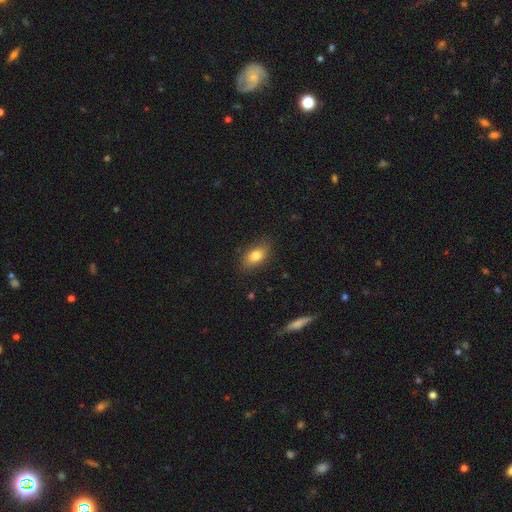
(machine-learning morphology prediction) Smooth or featured?
  - smooth: 81% *
  - featured or disk: 11%
  - star or artifact: 8%
How rounded?
  - in between: 87% *
  - round: 9%
  - cigar-shaped: 4%
Merging?
  - none: 84% *
  - minor disturbance: 12%
  - major disturbance: 3%
  - merger: 1%